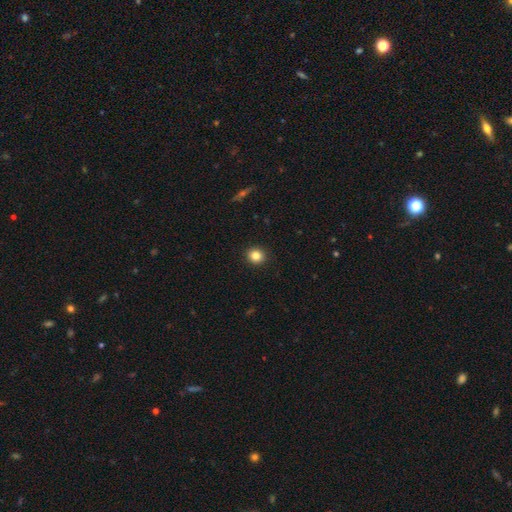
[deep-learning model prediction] A smooth galaxy with no disk features (83%) that is round (86%). Merging: none (93%).